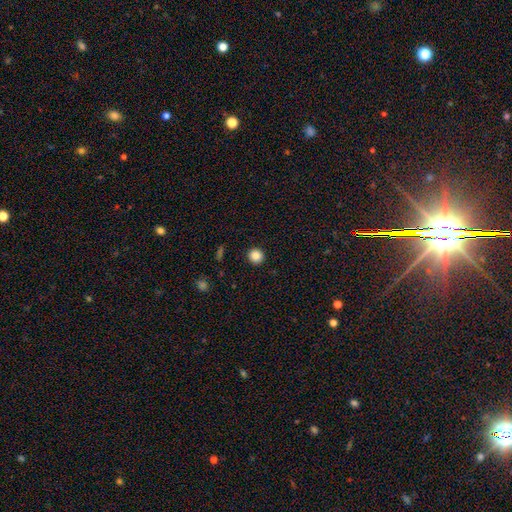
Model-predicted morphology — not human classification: A smooth galaxy with no disk features (86%) that is round (94%).

Vote fractions:
- Smooth or featured? smooth: 86% / star or artifact: 10% / featured or disk: 4%
- How rounded? round: 94% / in between: 5% / cigar-shaped: 1%
- Merging? none: 92% / minor disturbance: 5% / major disturbance: 2% / merger: 1%